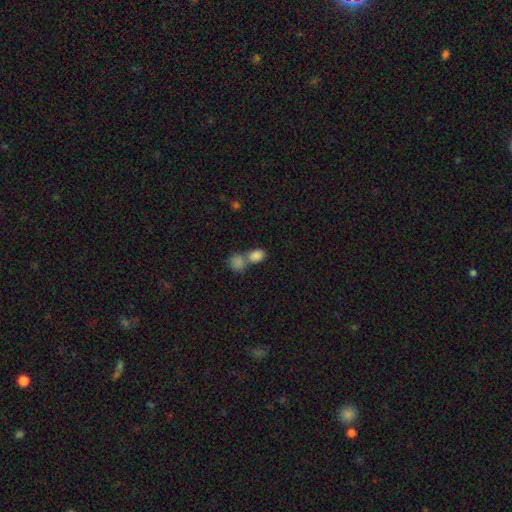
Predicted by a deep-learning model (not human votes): smooth 84%, star or artifact 9%, featured or disk 7%. Down the decision tree: how rounded — in between (68%); merging — merger (59%).